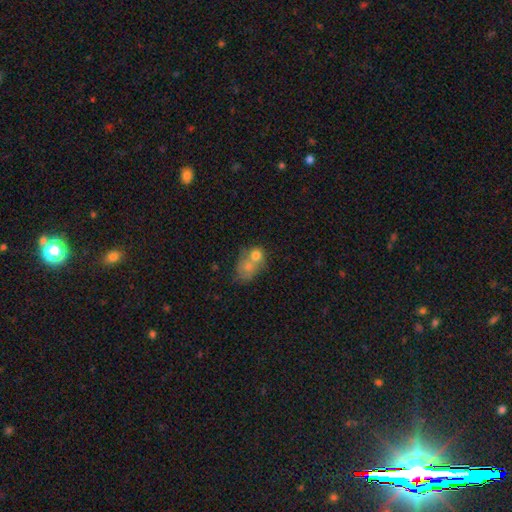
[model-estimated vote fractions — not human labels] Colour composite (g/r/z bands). It shows a smooth galaxy with no disk features (70%) that is round (58%). Merging: merger (66%).